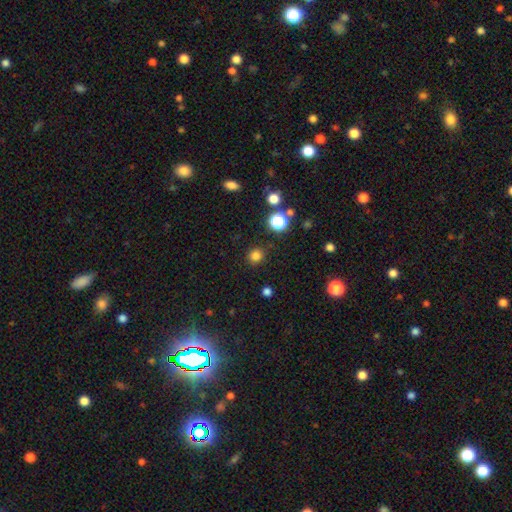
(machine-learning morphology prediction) smooth-or-featured: smooth: 79% | star or artifact: 17% | featured or disk: 4%
  how-rounded: round: 91% | in between: 8% | cigar-shaped: 1%
  merging: none: 88% | minor disturbance: 8% | major disturbance: 3% | merger: 2%